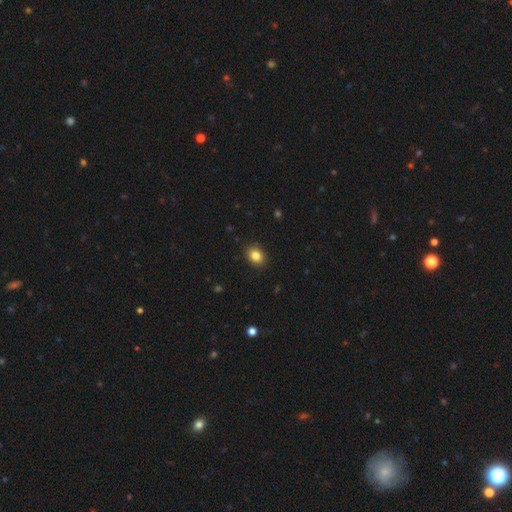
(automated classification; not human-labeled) Smooth or featured? Predicted: smooth (p=0.84). How rounded? Predicted: in between (p=0.60). Merging? Predicted: none (p=0.89).